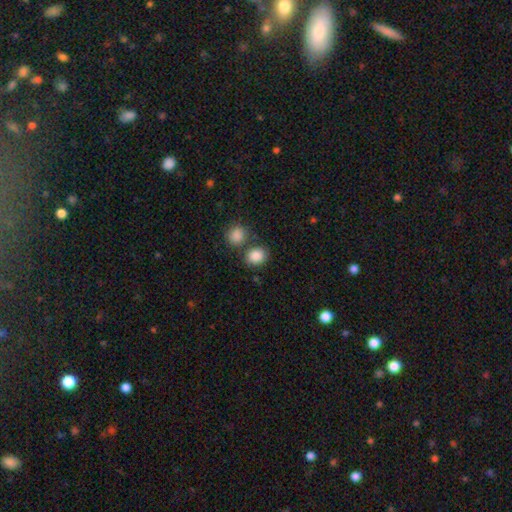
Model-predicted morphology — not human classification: type=smooth (87%); roundness=round (59%); merging=none (65%).